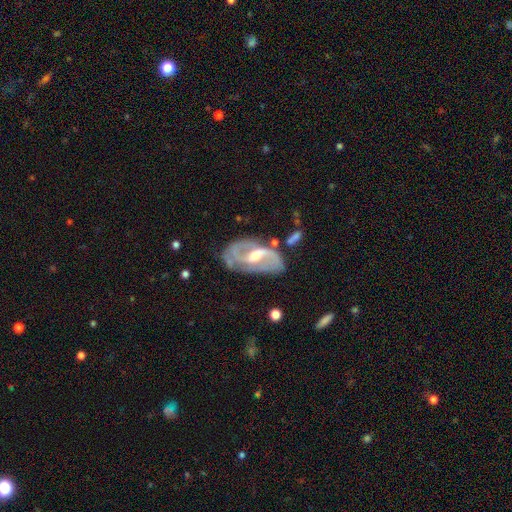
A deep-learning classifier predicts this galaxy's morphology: Smooth or featured? featured or disk (86%)
Edge-on disk? no (95%)
Bar? weak (48%)
Spiral arms? yes (92%)
Spiral winding? medium (47%)
Spiral arm count? 2 (71%)
Bulge size? moderate (64%)
Merging? none (58%)